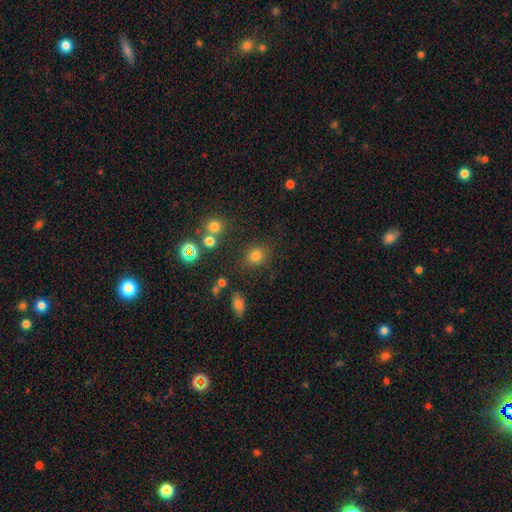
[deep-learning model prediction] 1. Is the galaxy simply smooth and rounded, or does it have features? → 76% smooth, 16% star or artifact, 7% featured or disk.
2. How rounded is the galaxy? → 71% round, 28% in between, 1% cigar-shaped.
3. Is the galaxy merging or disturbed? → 79% none, 11% minor disturbance, 6% merger, 4% major disturbance.